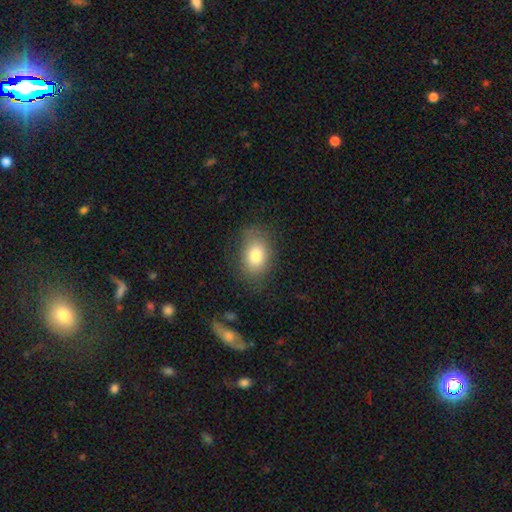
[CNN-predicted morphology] Smooth or featured? smooth (79%)
How rounded? in between (77%)
Merging? none (75%)